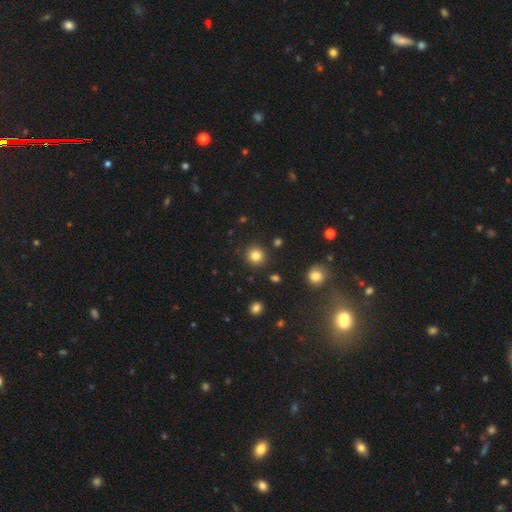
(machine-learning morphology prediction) Overall: smooth (83%). How rounded: round (92%). Merging: none (90%).